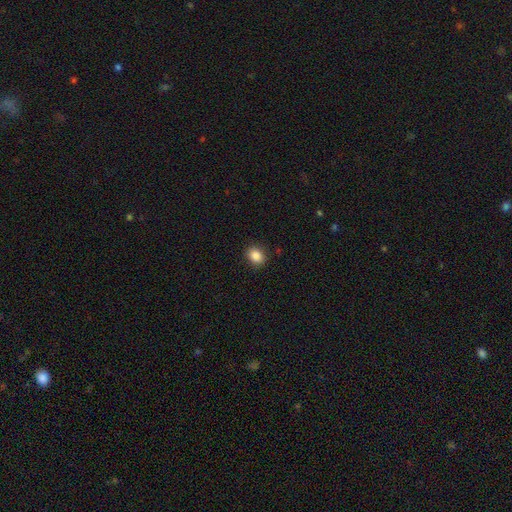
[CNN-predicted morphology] type=smooth (87%); roundness=round (53%); merging=none (89%).